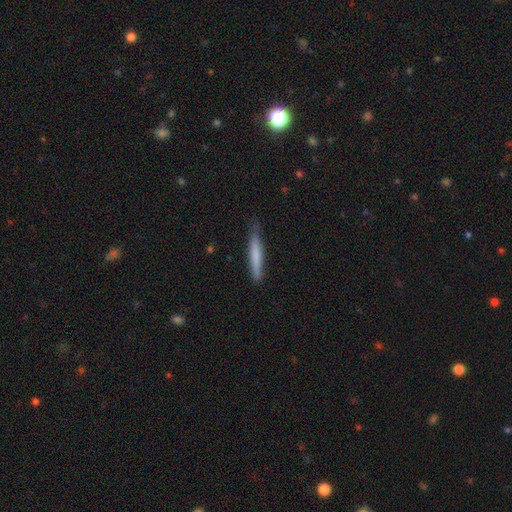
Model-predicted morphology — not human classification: Q: Smooth or featured?
A: smooth (69%); runner-up: featured or disk (25%)
Q: How rounded?
A: cigar-shaped (95%); runner-up: in between (4%)
Q: Merging?
A: none (80%); runner-up: minor disturbance (16%)